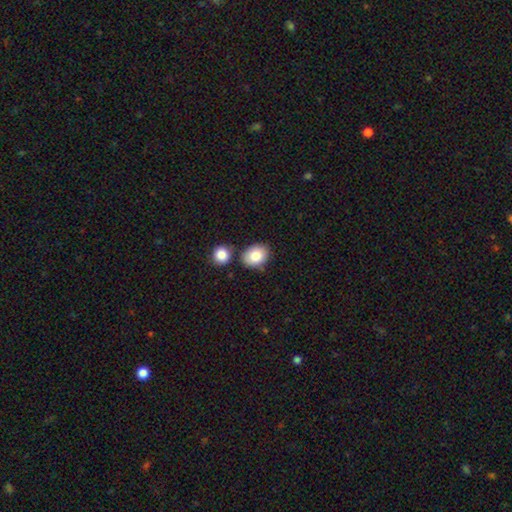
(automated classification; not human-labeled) smooth 85%, featured or disk 8%, star or artifact 7%. Down the decision tree: how rounded — in between (64%); merging — none (71%).